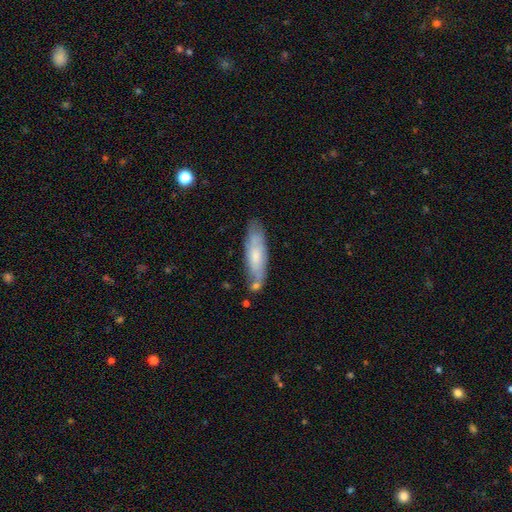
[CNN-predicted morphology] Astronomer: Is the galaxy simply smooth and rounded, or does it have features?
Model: smooth — 55% (runner-up: featured or disk, 38%).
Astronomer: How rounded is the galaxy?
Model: cigar-shaped — 55% (runner-up: in between, 44%).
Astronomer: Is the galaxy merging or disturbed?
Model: none — 65%.